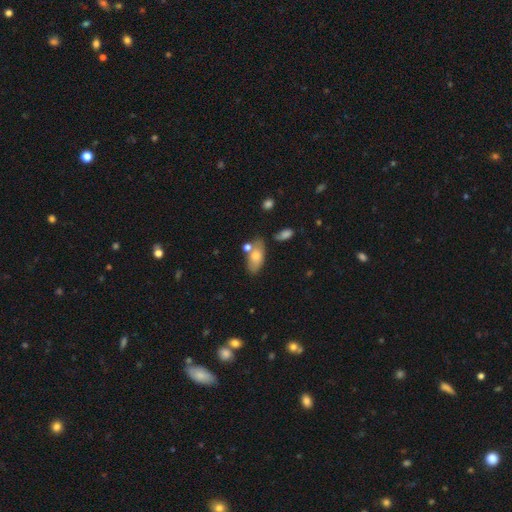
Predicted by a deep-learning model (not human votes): A smooth galaxy with no disk features (72%) that is in between round and cigar-shaped (89%).

Vote fractions:
- Smooth or featured? smooth: 72% / featured or disk: 21% / star or artifact: 7%
- How rounded? in between: 89% / cigar-shaped: 6% / round: 5%
- Merging? none: 59% / merger: 18% / minor disturbance: 18% / major disturbance: 5%